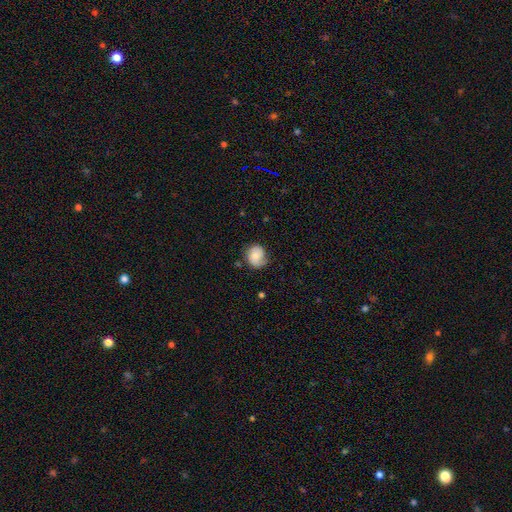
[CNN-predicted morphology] Smooth or featured?
  - smooth: 55% *
  - featured or disk: 37%
  - star or artifact: 8%
How rounded?
  - round: 75% *
  - in between: 24%
  - cigar-shaped: 1%
Merging?
  - none: 66% *
  - minor disturbance: 25%
  - major disturbance: 7%
  - merger: 2%